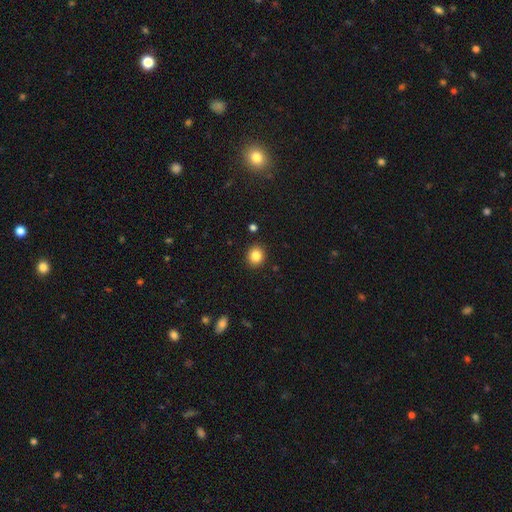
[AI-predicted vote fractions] smooth-or-featured: smooth: 84% | star or artifact: 10% | featured or disk: 5%
  how-rounded: round: 79% | in between: 20% | cigar-shaped: 1%
  merging: none: 91% | minor disturbance: 6% | major disturbance: 2% | merger: 1%